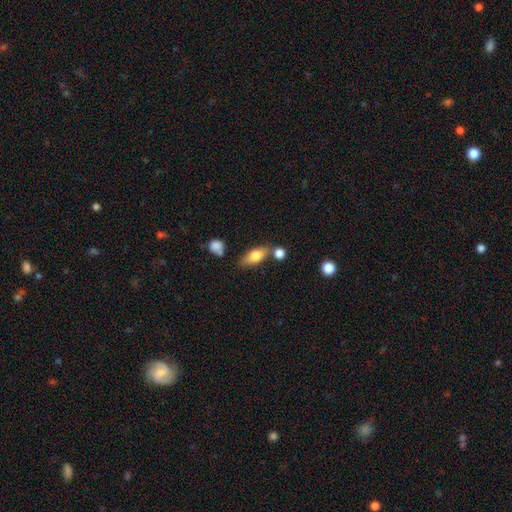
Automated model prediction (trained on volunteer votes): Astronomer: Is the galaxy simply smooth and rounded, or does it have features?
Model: smooth — 71%.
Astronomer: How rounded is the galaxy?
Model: in between — 74%.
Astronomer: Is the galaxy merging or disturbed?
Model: none — 66%.